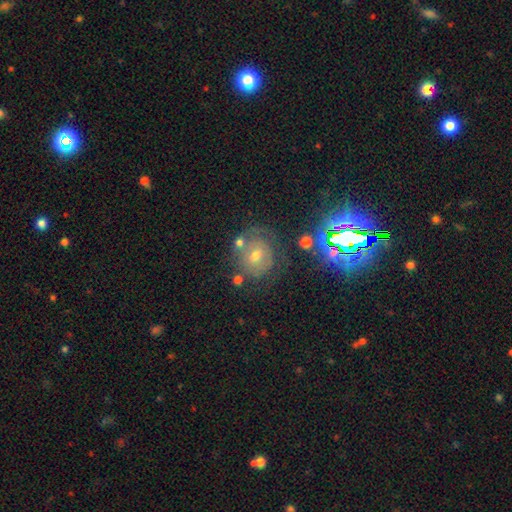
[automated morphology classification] type=featured or disk (39%); merging=none (67%).